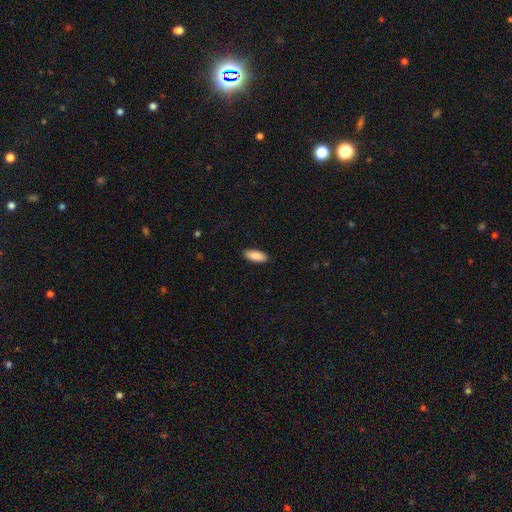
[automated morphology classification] smooth_or_featured: smooth (p=0.89) [alt: star or artifact p=0.06]
how_rounded: in between (p=0.86) [alt: cigar-shaped p=0.13]
merging: none (p=0.89) [alt: minor disturbance p=0.08]